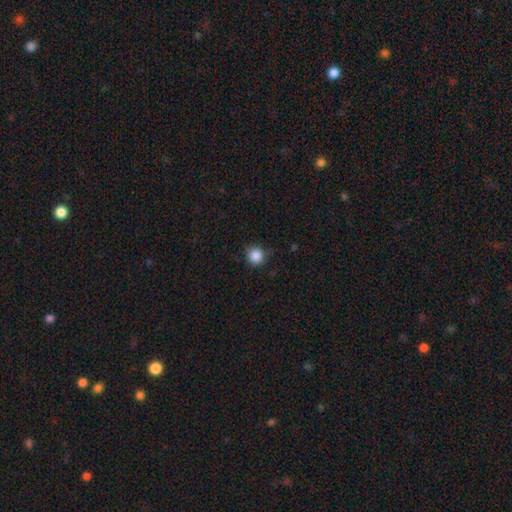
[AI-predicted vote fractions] smooth-or-featured: smooth: 87% | star or artifact: 10% | featured or disk: 3%
  how-rounded: round: 92% | in between: 7% | cigar-shaped: 1%
  merging: none: 82% | minor disturbance: 14% | major disturbance: 3% | merger: 1%